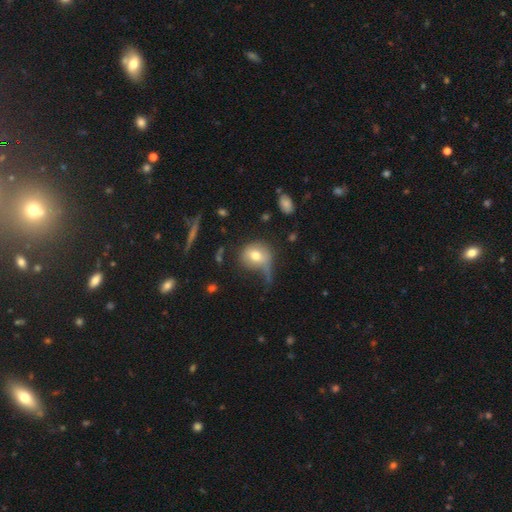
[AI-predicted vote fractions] Smooth or featured: smooth — 72% (featured or disk — 19%)
How rounded: round — 66% (in between — 32%)
Merging: none — 36% (major disturbance — 30%)